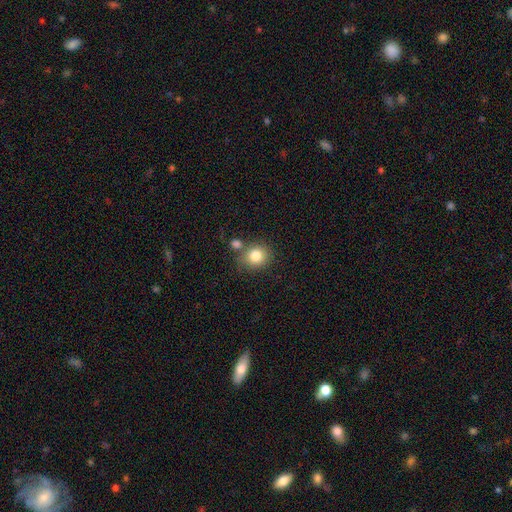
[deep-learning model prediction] A smooth galaxy with no disk features (82%) that is round (78%). Merging: none (67%).